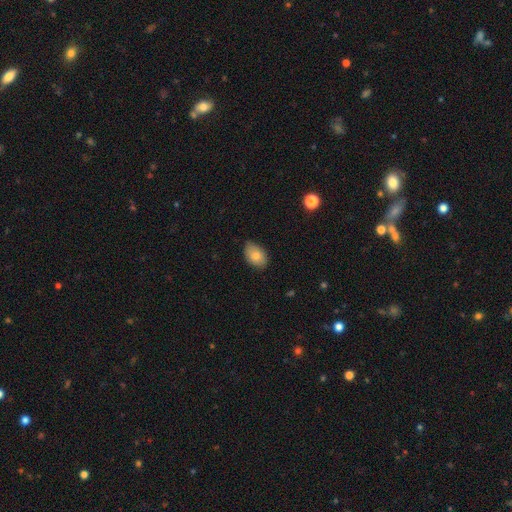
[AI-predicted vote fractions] Smooth or featured: smooth — 81% (featured or disk — 11%)
How rounded: in between — 87% (round — 12%)
Merging: none — 73% (minor disturbance — 23%)